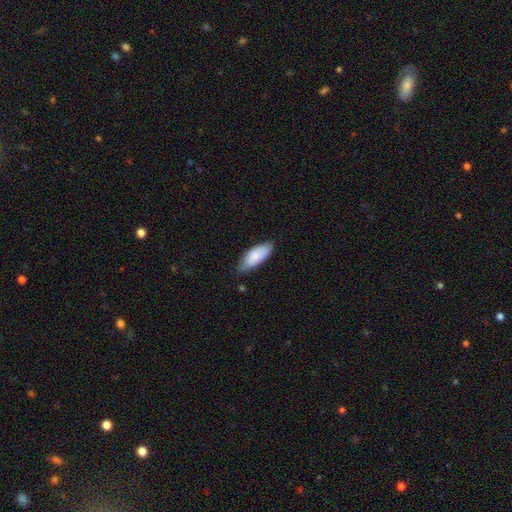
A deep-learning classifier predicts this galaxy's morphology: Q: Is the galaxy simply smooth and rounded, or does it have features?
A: smooth — 79%.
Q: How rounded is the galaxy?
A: in between — 82%.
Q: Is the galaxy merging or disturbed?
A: none — 71%.